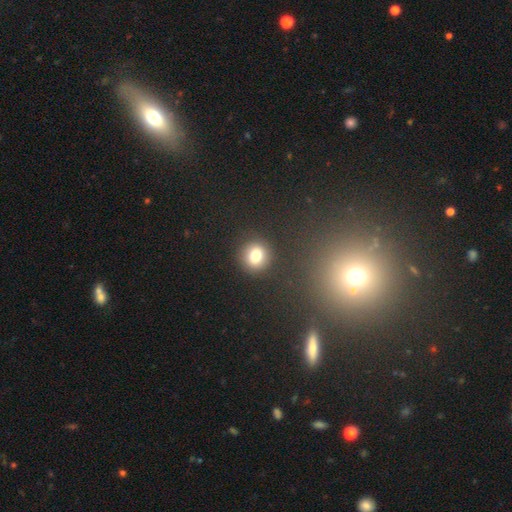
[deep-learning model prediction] smooth-or-featured: smooth: 79% | star or artifact: 12% | featured or disk: 9%
  how-rounded: round: 83% | in between: 16% | cigar-shaped: 1%
  merging: none: 88% | minor disturbance: 7% | major disturbance: 3% | merger: 2%